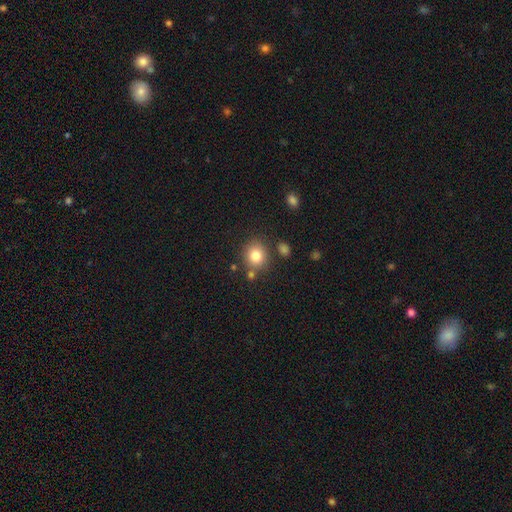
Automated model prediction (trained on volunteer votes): Overall: smooth (81%). How rounded: round (79%). Merging: none (77%).